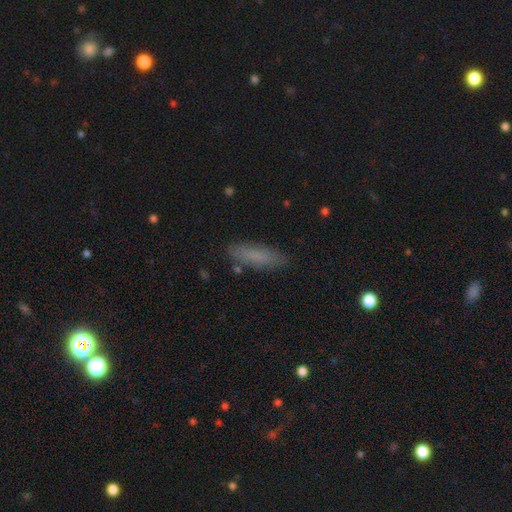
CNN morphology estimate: A smooth galaxy with no disk features (78%) that is cigar-shaped (61%). Merging: none (84%).